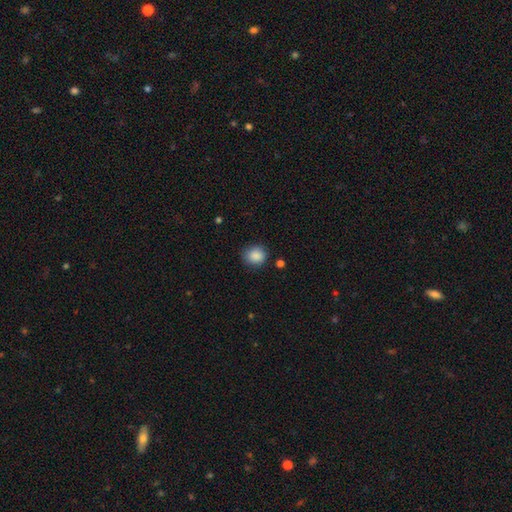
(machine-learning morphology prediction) Overall: smooth (88%). How rounded: round (81%). Merging: none (82%).